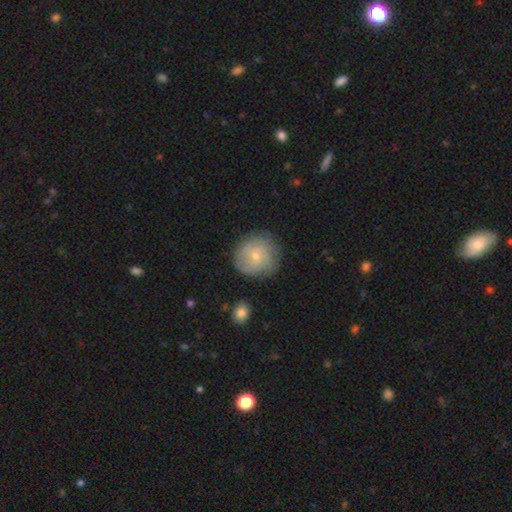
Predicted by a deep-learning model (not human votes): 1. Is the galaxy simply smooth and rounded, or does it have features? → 48% featured or disk, 45% smooth, 7% star or artifact.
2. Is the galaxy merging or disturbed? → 73% none, 19% minor disturbance, 6% major disturbance, 2% merger.